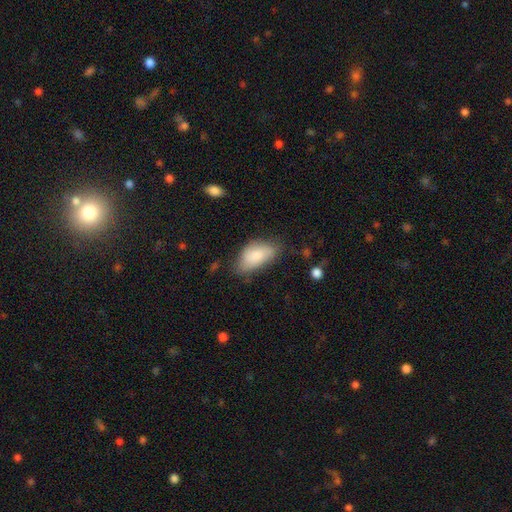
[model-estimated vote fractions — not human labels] The model was most divided on "merging": none: 59%, minor disturbance: 30%, major disturbance: 8%, merger: 2%. More confident: how rounded — in between (93%); smooth or featured — smooth (83%).